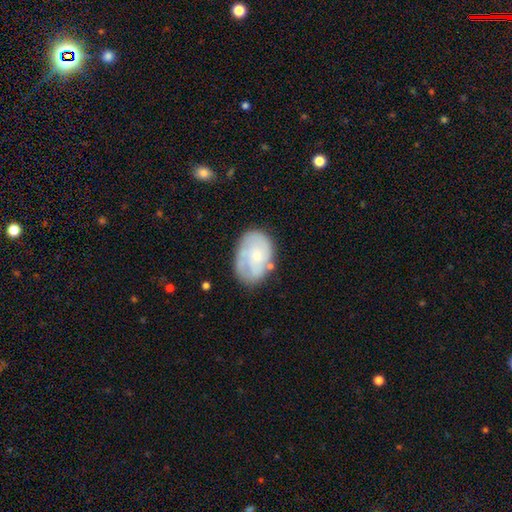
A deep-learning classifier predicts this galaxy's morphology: A featured or disk galaxy (51%). Merging: none (62%).